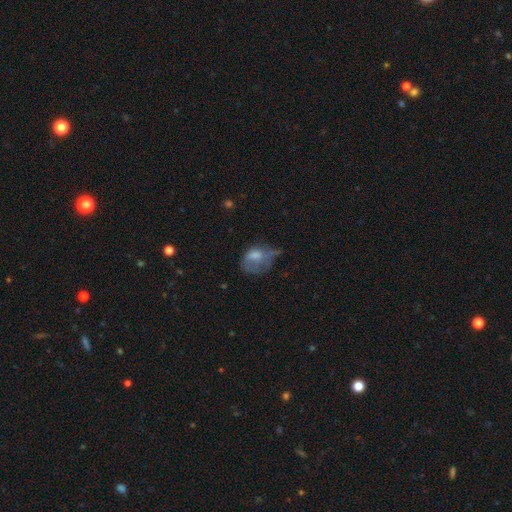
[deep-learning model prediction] Morphology: type=smooth (58%); roundness=in between (66%); merging=major disturbance (44%).